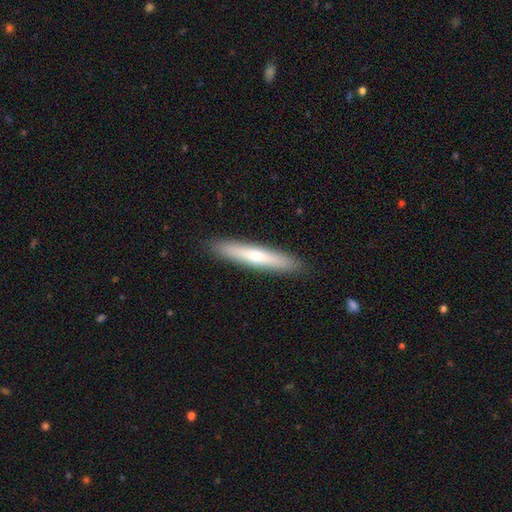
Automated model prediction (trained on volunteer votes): Smooth or featured? Predicted: smooth (p=0.54). How rounded? Predicted: cigar-shaped (p=0.92). Merging? Predicted: none (p=0.91).